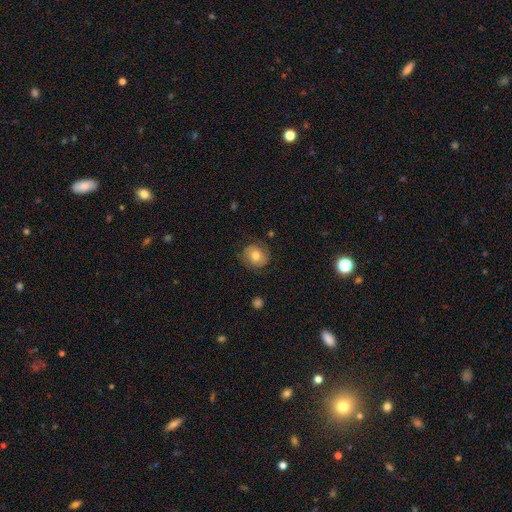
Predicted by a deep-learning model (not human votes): smooth 70%, featured or disk 21%, star or artifact 9%. Down the decision tree: how rounded — round (79%); merging — none (77%).